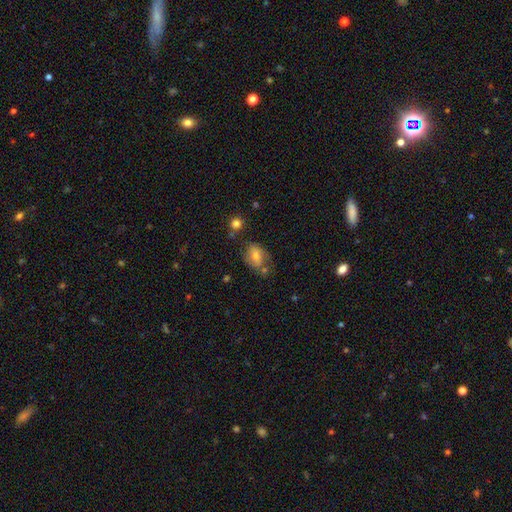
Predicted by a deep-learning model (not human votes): This appears to be a smooth galaxy with no disk features (57%) that is in between round and cigar-shaped (72%). Merging: none (56%).